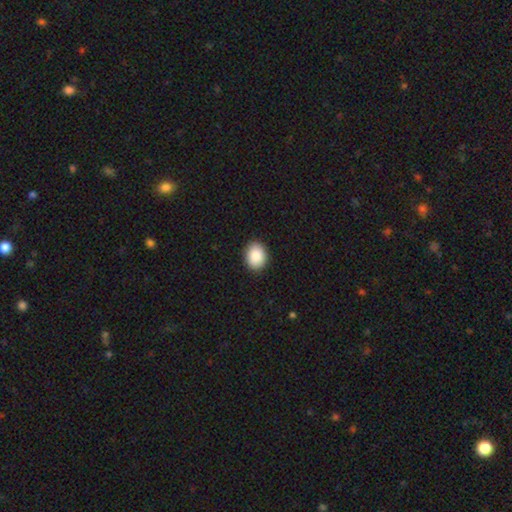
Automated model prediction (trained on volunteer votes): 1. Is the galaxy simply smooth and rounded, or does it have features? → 88% smooth, 7% star or artifact, 5% featured or disk.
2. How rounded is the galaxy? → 57% in between, 43% round, 1% cigar-shaped.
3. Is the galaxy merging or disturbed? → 90% none, 7% minor disturbance, 2% major disturbance, 1% merger.